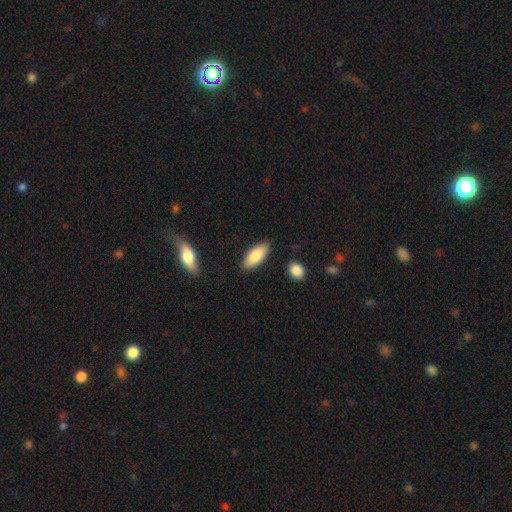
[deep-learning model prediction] Smooth or featured?
  - smooth: 84% *
  - featured or disk: 11%
  - star or artifact: 6%
How rounded?
  - in between: 79% *
  - cigar-shaped: 19%
  - round: 2%
Merging?
  - none: 85% *
  - minor disturbance: 10%
  - merger: 3%
  - major disturbance: 2%